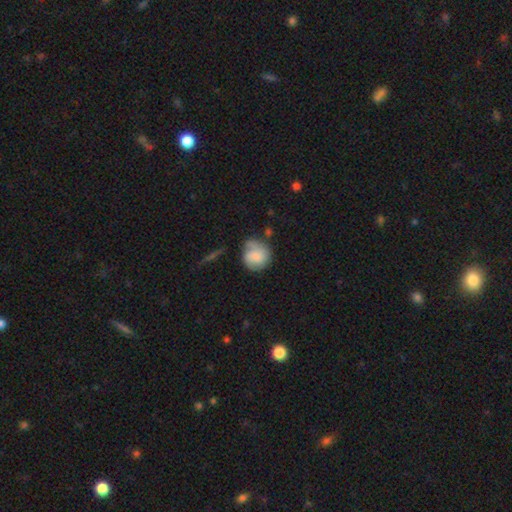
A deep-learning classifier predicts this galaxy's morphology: smooth_or_featured: smooth (p=0.62) [alt: featured or disk p=0.30]
how_rounded: round (p=0.82) [alt: in between p=0.17]
merging: none (p=0.54) [alt: minor disturbance p=0.27]